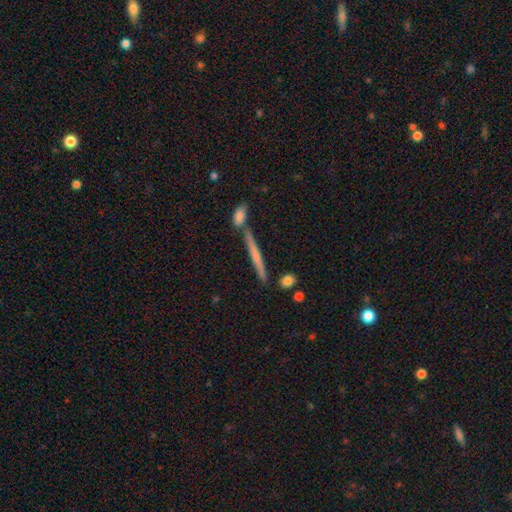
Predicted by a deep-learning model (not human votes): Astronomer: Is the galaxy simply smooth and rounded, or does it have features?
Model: smooth — 47% (runner-up: featured or disk, 46%).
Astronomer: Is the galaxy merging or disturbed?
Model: none — 76%.